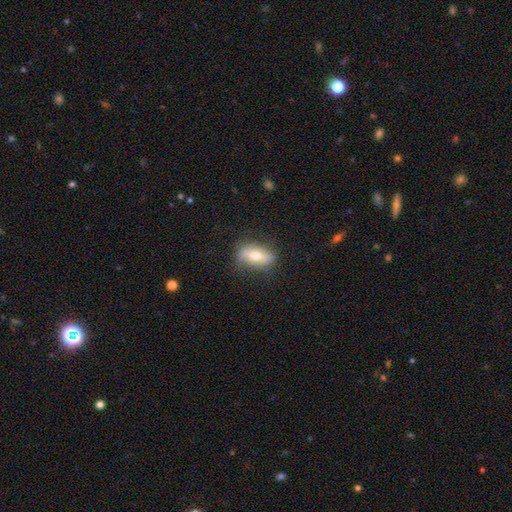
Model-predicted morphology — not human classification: smooth 57%, featured or disk 36%, star or artifact 7%. Down the decision tree: how rounded — in between (81%); merging — none (77%).